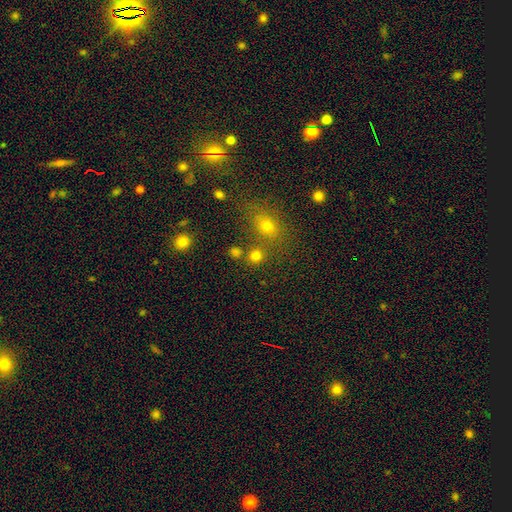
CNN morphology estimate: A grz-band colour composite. It shows a smooth galaxy with no disk features (75%) that is round (85%). Merging: none (69%).